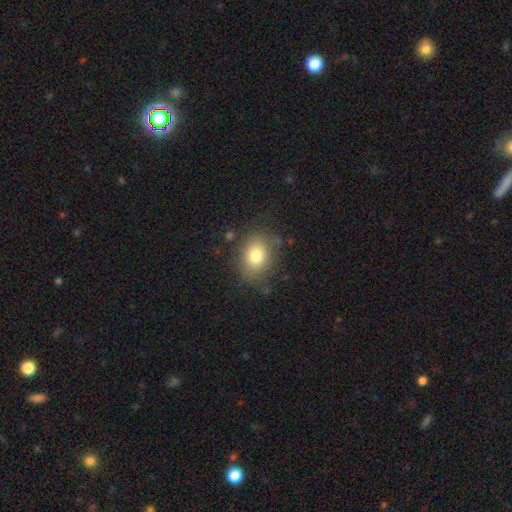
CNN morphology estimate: A smooth galaxy with no disk features (79%) that is in between round and cigar-shaped (58%).

Vote fractions:
- Smooth or featured? smooth: 79% / featured or disk: 11% / star or artifact: 10%
- How rounded? in between: 58% / round: 41% / cigar-shaped: 1%
- Merging? none: 77% / minor disturbance: 15% / major disturbance: 5% / merger: 2%